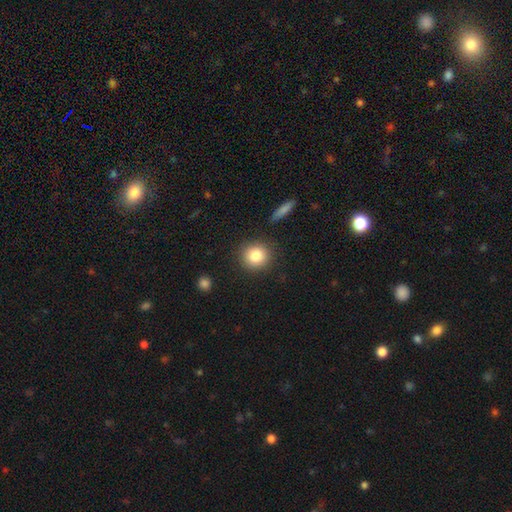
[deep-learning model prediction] This appears to be a smooth galaxy with no disk features (82%) that is round (90%). Merging: none (88%).